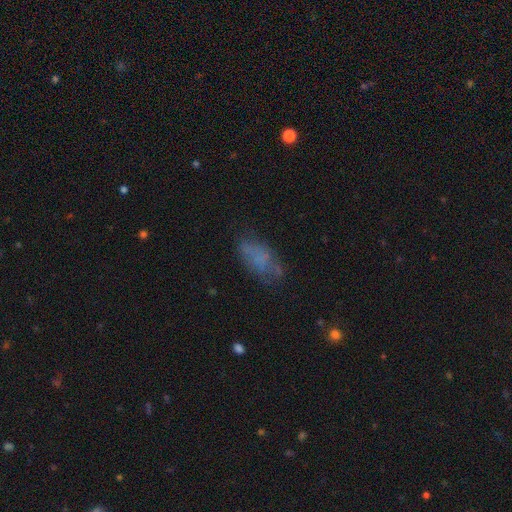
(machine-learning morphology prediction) smooth-or-featured: smooth: 57% | featured or disk: 24% | star or artifact: 20%
  how-rounded: in between: 87% | cigar-shaped: 7% | round: 6%
  merging: none: 66% | minor disturbance: 20% | major disturbance: 12% | merger: 3%